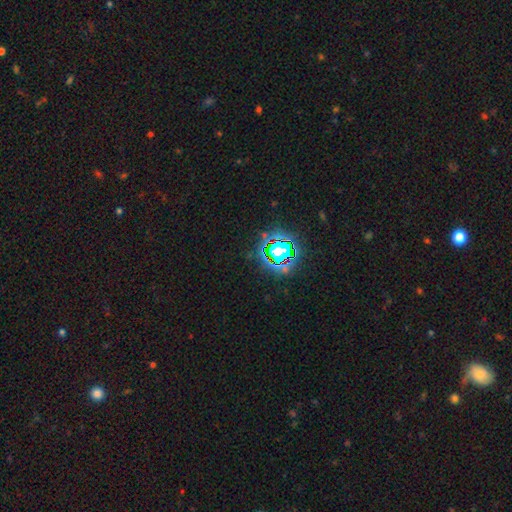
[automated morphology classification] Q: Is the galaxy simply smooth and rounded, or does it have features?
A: star or artifact — 82%.